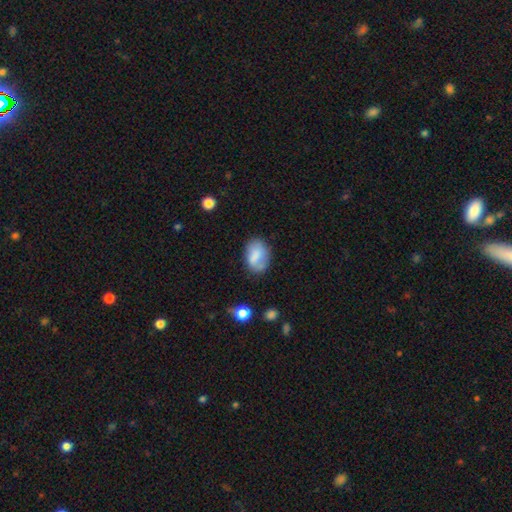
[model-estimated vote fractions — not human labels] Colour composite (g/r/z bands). It shows a smooth galaxy with no disk features (74%) that is in between round and cigar-shaped (84%). Merging: none (63%).